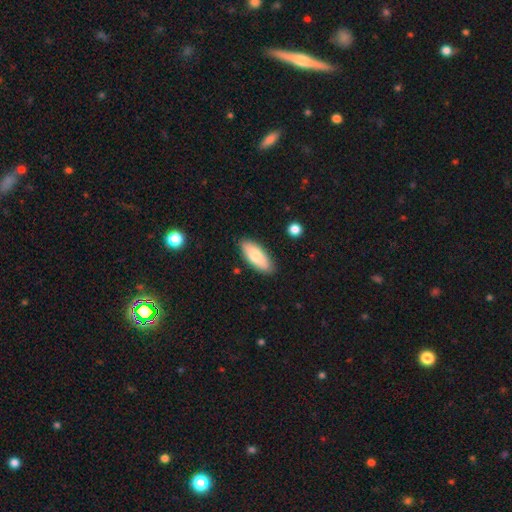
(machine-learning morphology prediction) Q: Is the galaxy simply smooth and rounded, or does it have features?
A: smooth — 76%.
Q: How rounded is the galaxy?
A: in between — 81%.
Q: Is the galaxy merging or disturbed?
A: none — 86%.